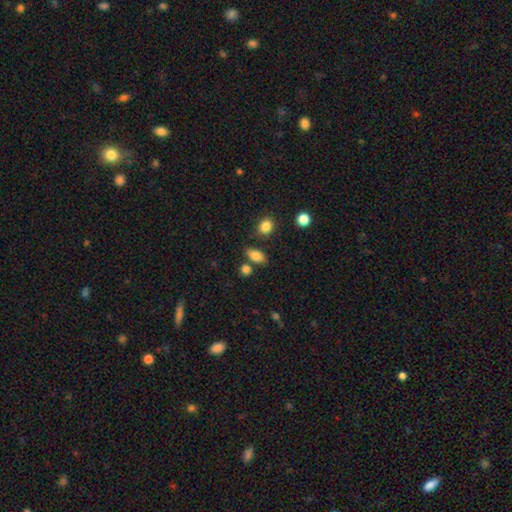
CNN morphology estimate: Smooth or featured? smooth (83%)
How rounded? in between (85%)
Merging? none (74%)